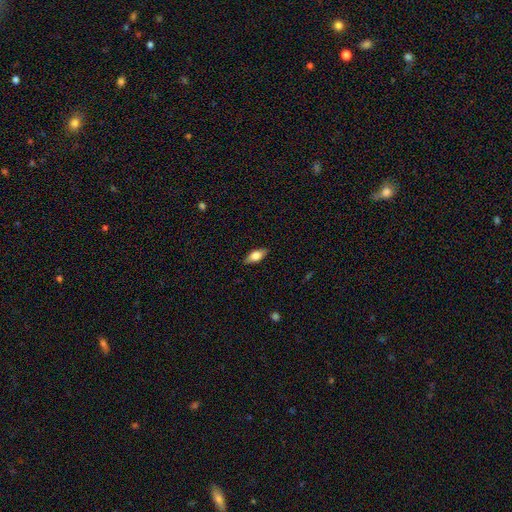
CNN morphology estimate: Smooth or featured: smooth — 70% (featured or disk — 23%)
How rounded: in between — 82% (cigar-shaped — 15%)
Merging: none — 87% (minor disturbance — 10%)